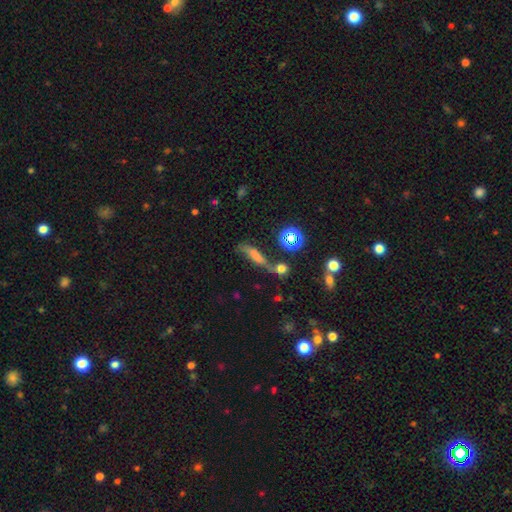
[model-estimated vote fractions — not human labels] The model was most divided on "smooth or featured": smooth: 46%, featured or disk: 35%, star or artifact: 19%. Remaining: merging — none (47%).